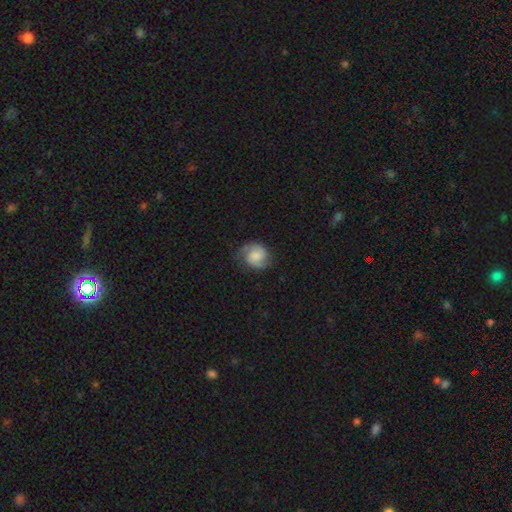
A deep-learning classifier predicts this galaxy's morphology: Q: Smooth or featured?
A: featured or disk (60%); runner-up: smooth (32%)
Q: Edge-on disk?
A: no (98%); runner-up: yes (2%)
Q: Bar?
A: no (63%); runner-up: weak (31%)
Q: Spiral arms?
A: yes (94%); runner-up: no (6%)
Q: Spiral winding?
A: medium (45%); runner-up: tight (34%)
Q: Spiral arm count?
A: 2 (86%); runner-up: can't tell (6%)
Q: Bulge size?
A: moderate (28%); runner-up: none (25%)
Q: Merging?
A: none (73%); runner-up: minor disturbance (19%)